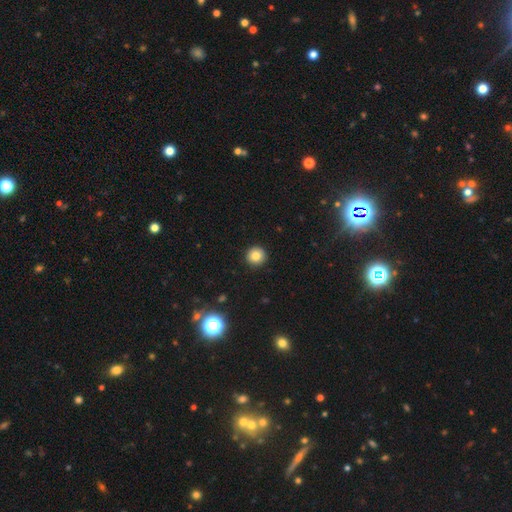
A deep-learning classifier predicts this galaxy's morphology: smooth-or-featured: smooth: 82% | star or artifact: 11% | featured or disk: 7%
  how-rounded: round: 96% | in between: 3% | cigar-shaped: 1%
  merging: none: 93% | minor disturbance: 5% | major disturbance: 2% | merger: 1%